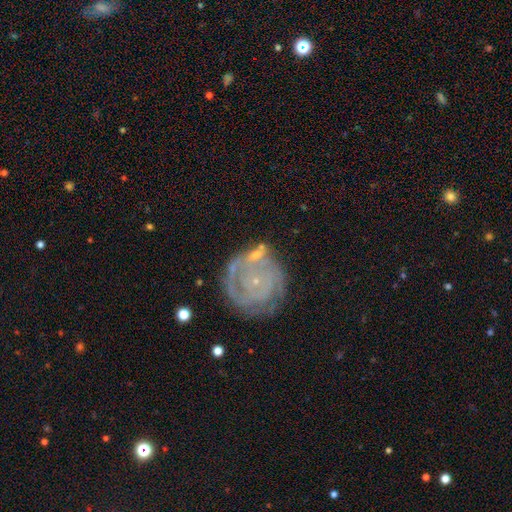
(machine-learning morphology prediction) This appears to be a featured or disk galaxy (77%) with no bar (78%), tight (74%) spiral arms (87%) and a small central bulge (84%). Merging: none (66%).